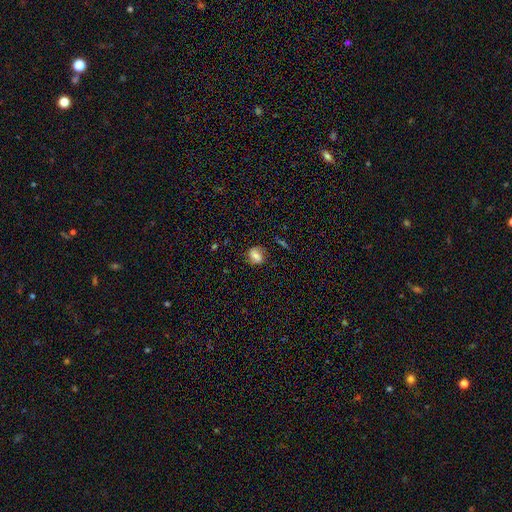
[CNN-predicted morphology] This appears to be a smooth galaxy with no disk features (56%) that is round (66%). Merging: none (75%).